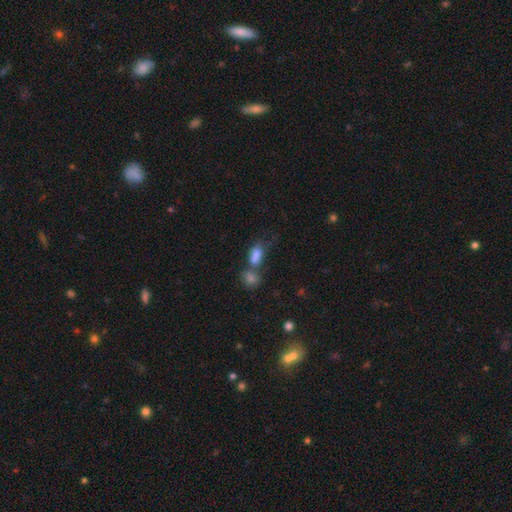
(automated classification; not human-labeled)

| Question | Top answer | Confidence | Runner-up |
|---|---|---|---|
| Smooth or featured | smooth | 79% | star or artifact (11%) |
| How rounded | in between | 82% | round (12%) |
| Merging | merger | 51% | none (28%) |